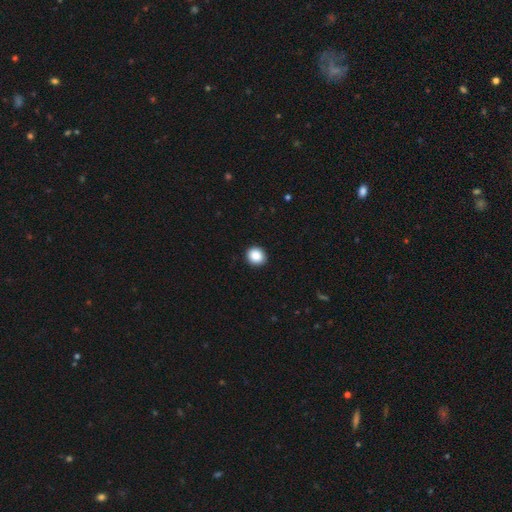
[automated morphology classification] This appears to be a smooth galaxy with no disk features (88%) that is round (84%). Merging: none (92%).